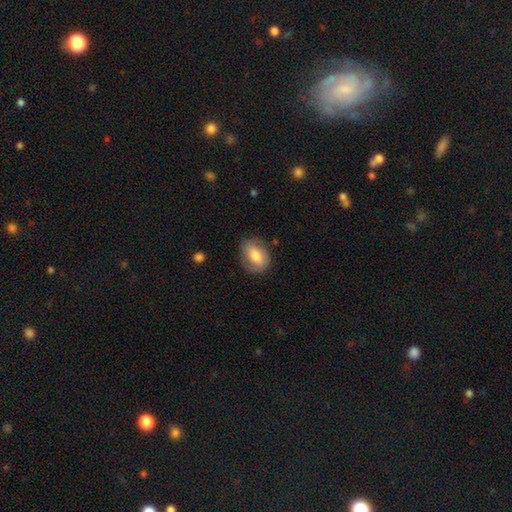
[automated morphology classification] This appears to be a smooth galaxy with no disk features (61%) that is in between round and cigar-shaped (67%). Merging: none (76%).